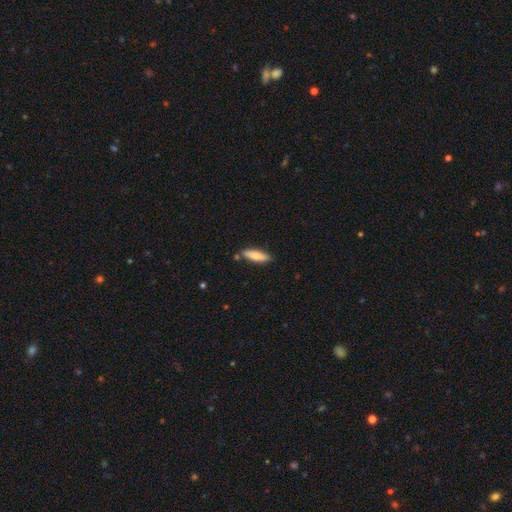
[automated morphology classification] A smooth galaxy with no disk features (76%) that is cigar-shaped (57%). Merging: none (81%).